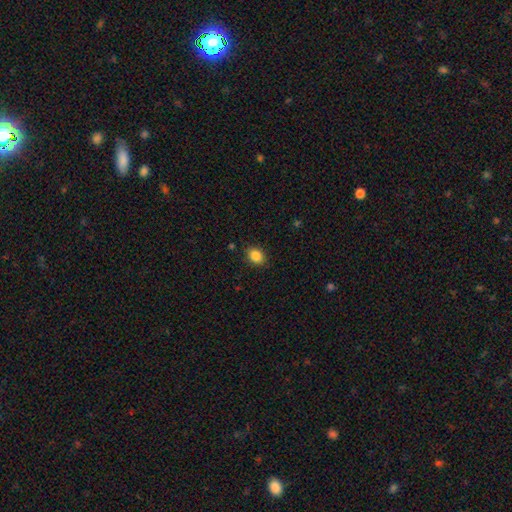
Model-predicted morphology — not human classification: Q: Smooth or featured?
A: smooth (87%); runner-up: star or artifact (9%)
Q: How rounded?
A: in between (61%); runner-up: round (38%)
Q: Merging?
A: none (87%); runner-up: minor disturbance (9%)